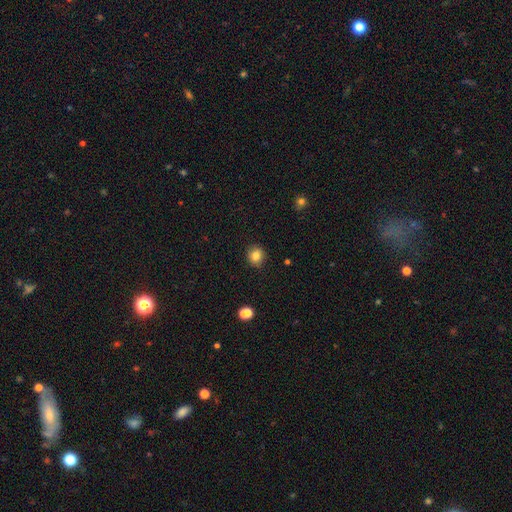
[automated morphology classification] A smooth galaxy with no disk features (83%) that is round (87%). Merging: none (88%).